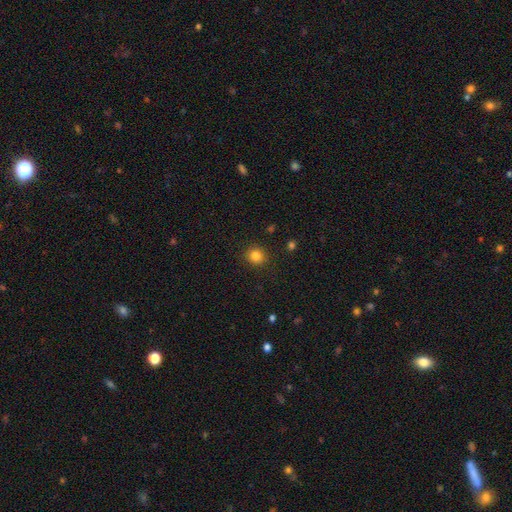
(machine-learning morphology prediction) Smooth or featured: smooth — 83% (star or artifact — 12%)
How rounded: round — 87% (in between — 12%)
Merging: none — 90% (minor disturbance — 6%)